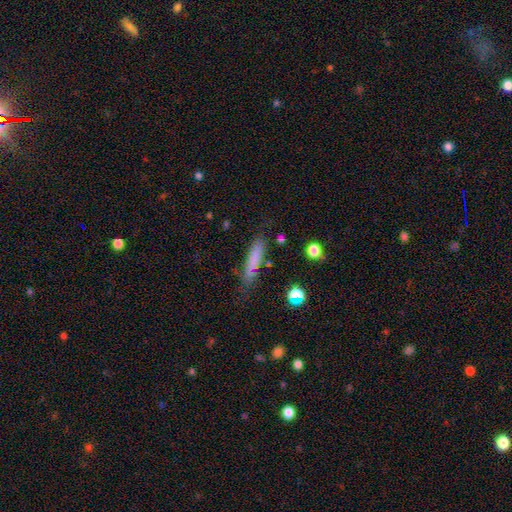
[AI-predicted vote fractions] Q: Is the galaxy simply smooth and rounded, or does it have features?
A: smooth — 71%.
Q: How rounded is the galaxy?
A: cigar-shaped — 89%.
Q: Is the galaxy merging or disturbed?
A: none — 73%.